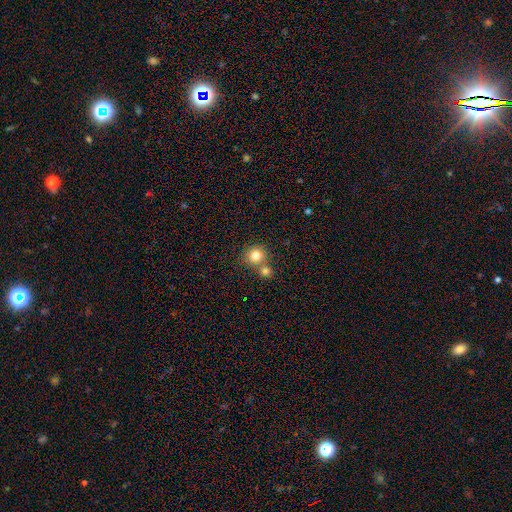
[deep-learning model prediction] Smooth or featured: smooth — 81% (star or artifact — 11%)
How rounded: round — 88% (in between — 11%)
Merging: none — 58% (merger — 32%)